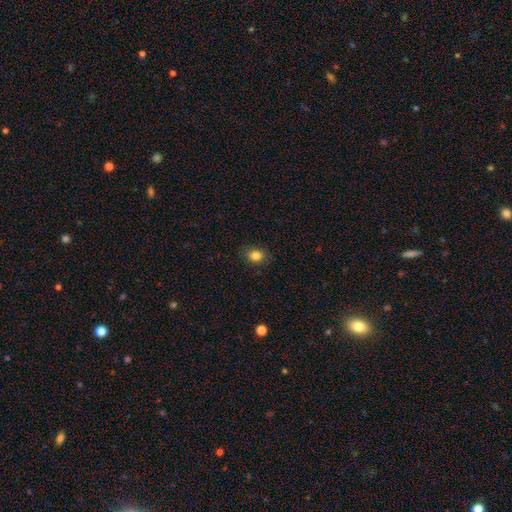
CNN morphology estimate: type=smooth (83%); roundness=in between (64%); merging=none (84%).